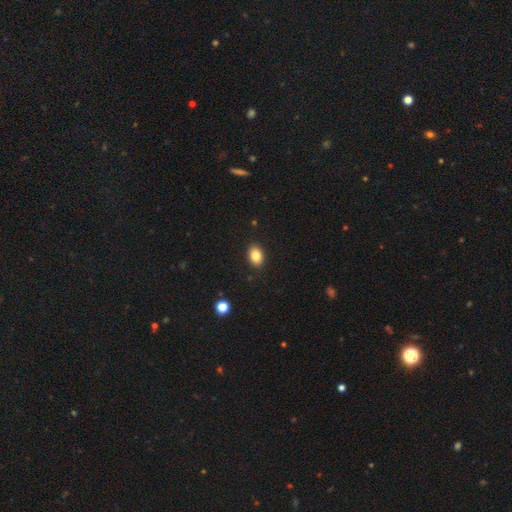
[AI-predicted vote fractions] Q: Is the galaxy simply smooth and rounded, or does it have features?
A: smooth — 85%.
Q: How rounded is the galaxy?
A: in between — 80%.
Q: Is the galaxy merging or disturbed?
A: none — 89%.